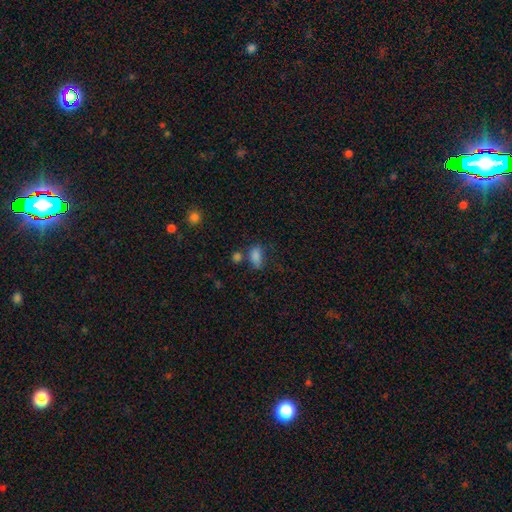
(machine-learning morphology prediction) This appears to be a smooth galaxy with no disk features (81%) that is in between round and cigar-shaped (87%). Merging: none (47%).